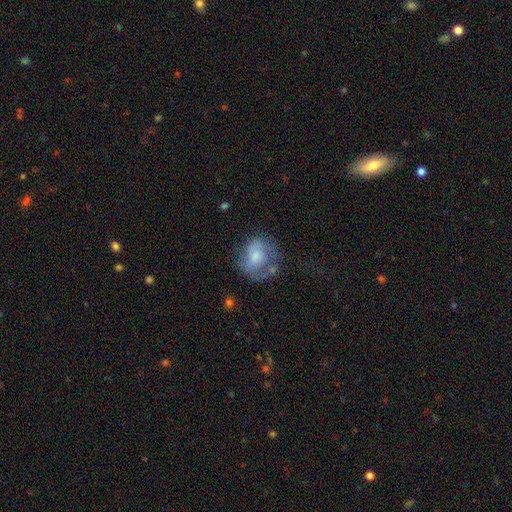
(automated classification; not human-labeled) A smooth galaxy with no disk features (51%) that is round (67%). Merging: none (43%).